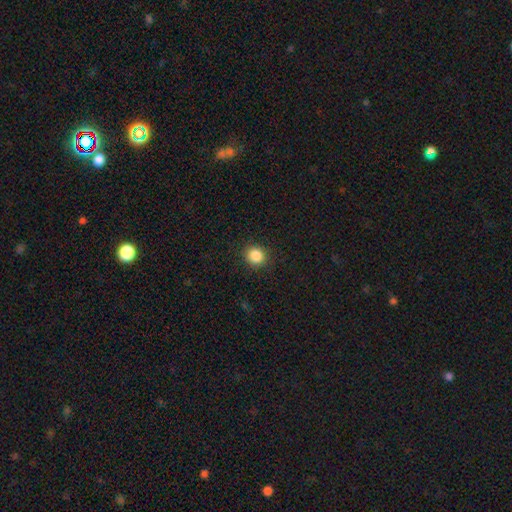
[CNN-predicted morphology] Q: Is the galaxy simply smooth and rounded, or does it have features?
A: smooth — 86%.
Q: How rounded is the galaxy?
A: round — 87%.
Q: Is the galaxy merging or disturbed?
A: none — 90%.